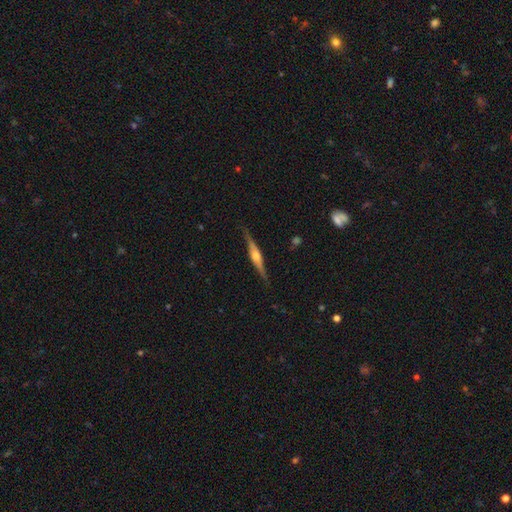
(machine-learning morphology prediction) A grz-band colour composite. It shows a featured or disk galaxy (79%) viewed edge-on (98%) with a rounded central bulge (89%). Merging: none (88%).